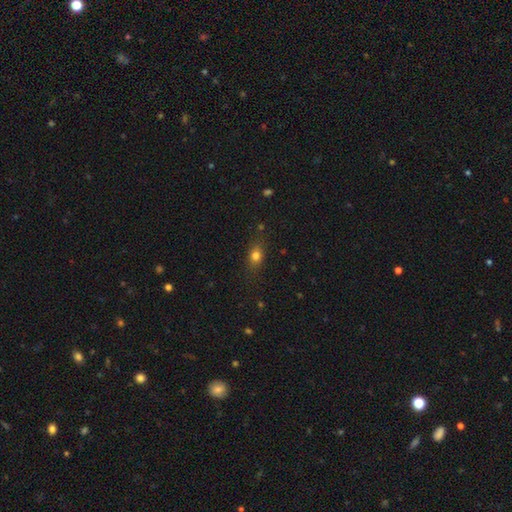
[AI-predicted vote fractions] A smooth galaxy with no disk features (77%) that is in between round and cigar-shaped (63%). Merging: none (79%).